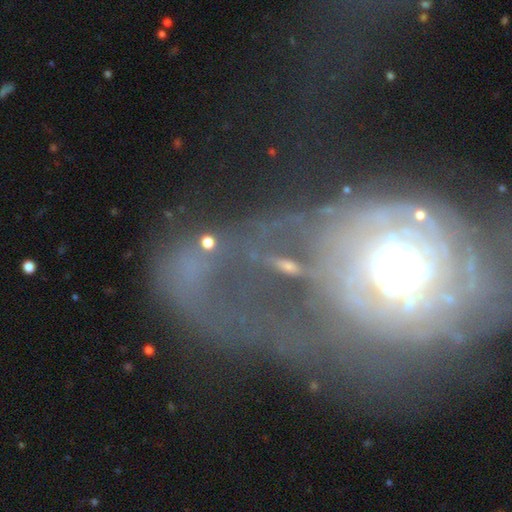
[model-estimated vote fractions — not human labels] smooth-or-featured: featured or disk: 67% | smooth: 18% | star or artifact: 15%
  disk-edge-on: no: 95% | yes: 5%
    bar: no: 78% | weak: 14% | strong: 8%
    has-spiral-arms: yes: 52% | no: 48%
    bulge-size: moderate: 49% | large: 32% | dominant: 10% | small: 6% | none: 3%
  merging: major disturbance: 59% | none: 22% | minor disturbance: 11% | merger: 8%